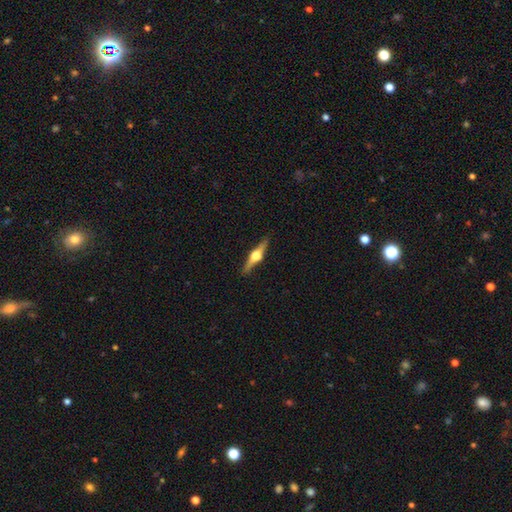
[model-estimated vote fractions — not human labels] smooth_or_featured: featured or disk (p=0.79) [alt: smooth p=0.15]
disk_edge_on: yes (p=0.98) [alt: no p=0.02]
edge_on_bulge: rounded (p=0.96) [alt: boxy p=0.03]
merging: none (p=0.90) [alt: minor disturbance p=0.07]